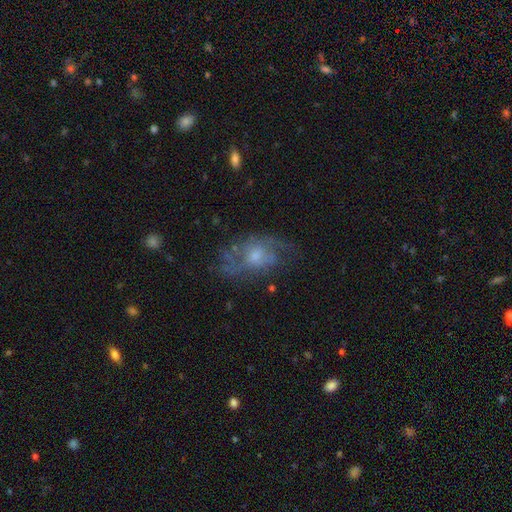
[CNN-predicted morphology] This is likely a featured or disk galaxy (67%). It is clearly not viewed edge-on (94%). Bar: likely no (75%). Spiral arm pattern: likely yes (77%). Central bulge: possibly moderate (45%). Merging: likely none (61%).